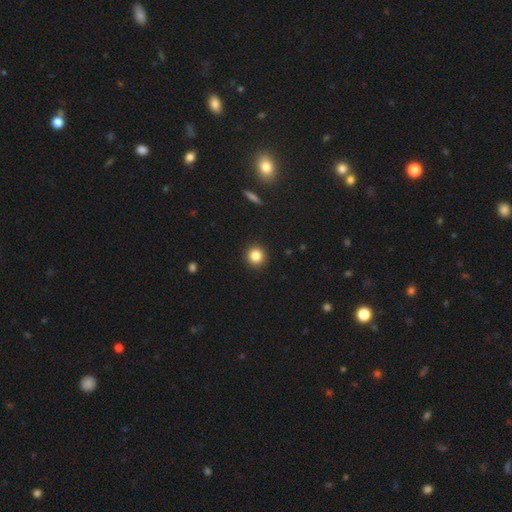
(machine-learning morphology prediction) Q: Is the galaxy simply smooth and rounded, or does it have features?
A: smooth — 84%.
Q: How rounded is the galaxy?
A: round — 94%.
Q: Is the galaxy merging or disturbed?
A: none — 92%.